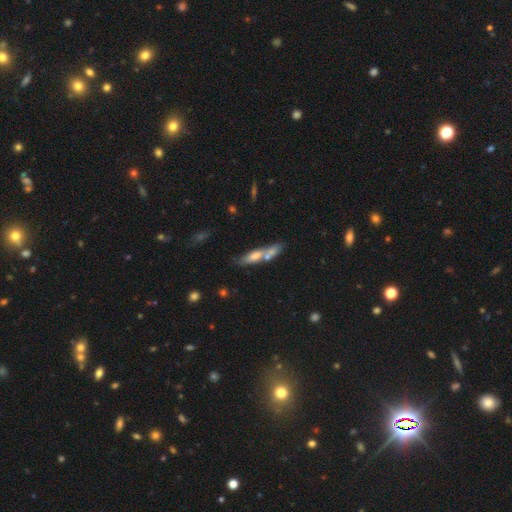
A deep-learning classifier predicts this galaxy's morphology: The model was most divided on "merging": none: 42%, merger: 38%, minor disturbance: 14%, major disturbance: 6%. More confident: how rounded — cigar-shaped (72%); smooth or featured — smooth (54%).